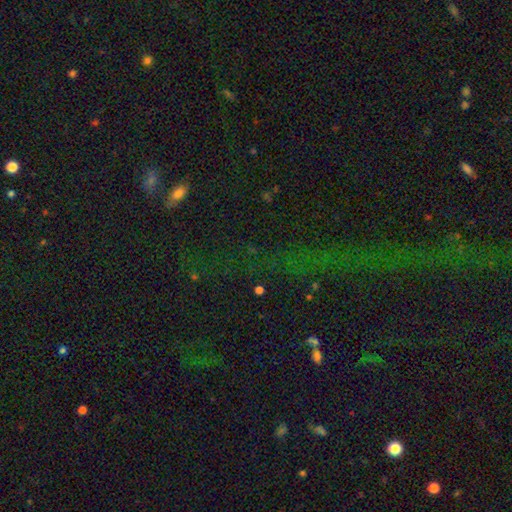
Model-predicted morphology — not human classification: Smooth or featured: star or artifact — 77% (smooth — 13%)